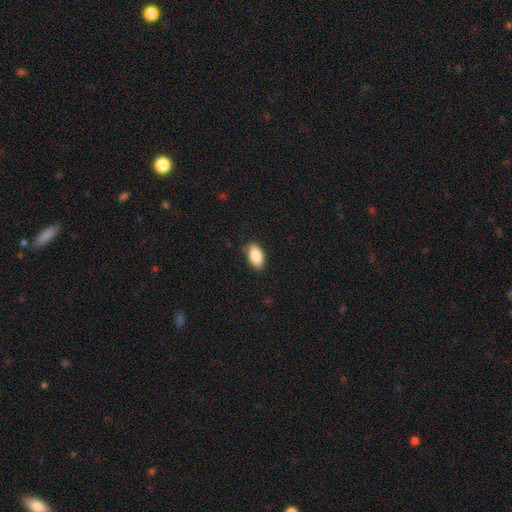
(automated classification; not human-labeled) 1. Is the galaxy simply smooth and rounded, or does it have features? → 86% smooth, 7% featured or disk, 7% star or artifact.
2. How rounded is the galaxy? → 93% in between, 5% round, 2% cigar-shaped.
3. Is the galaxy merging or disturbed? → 80% none, 16% minor disturbance, 3% major disturbance, 1% merger.